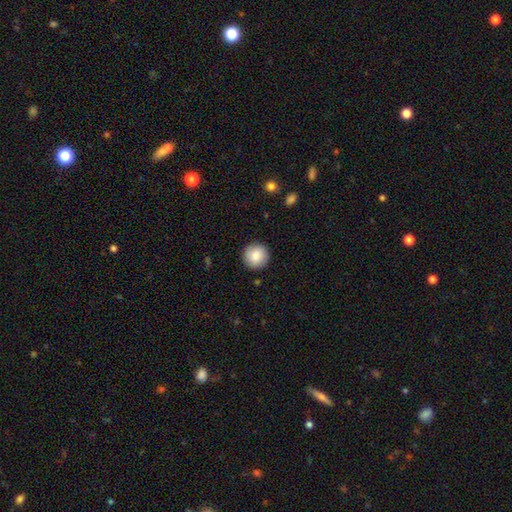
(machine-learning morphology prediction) Smooth or featured?
  - smooth: 85% *
  - featured or disk: 8%
  - star or artifact: 7%
How rounded?
  - round: 95% *
  - in between: 4%
  - cigar-shaped: 1%
Merging?
  - none: 91% *
  - minor disturbance: 7%
  - major disturbance: 2%
  - merger: 1%